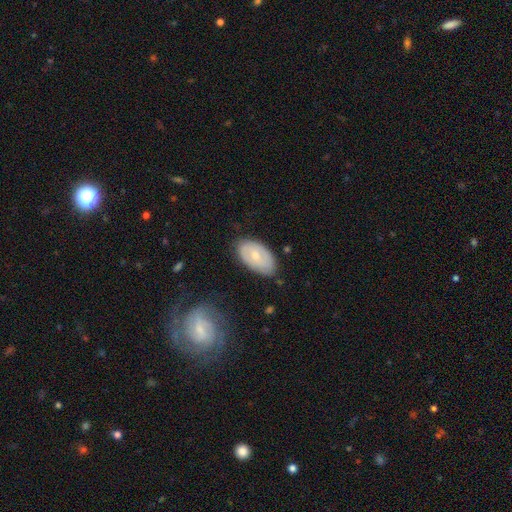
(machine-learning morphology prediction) Smooth or featured: smooth — 51% (featured or disk — 43%)
How rounded: in between — 93% (round — 5%)
Merging: none — 74% (minor disturbance — 20%)